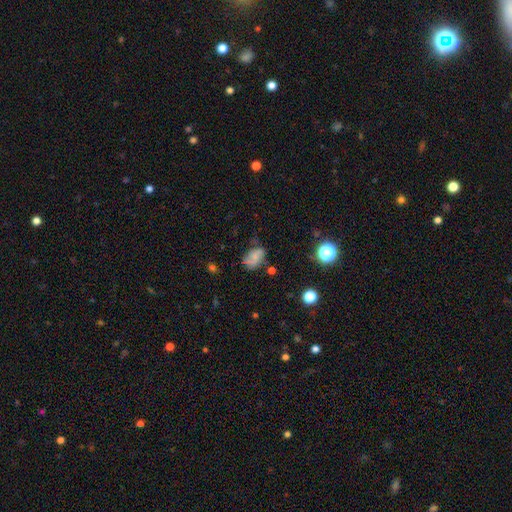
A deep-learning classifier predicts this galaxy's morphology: The model was most divided on "smooth or featured": featured or disk: 44%, smooth: 42%, star or artifact: 14%. More confident: merging — none (55%).